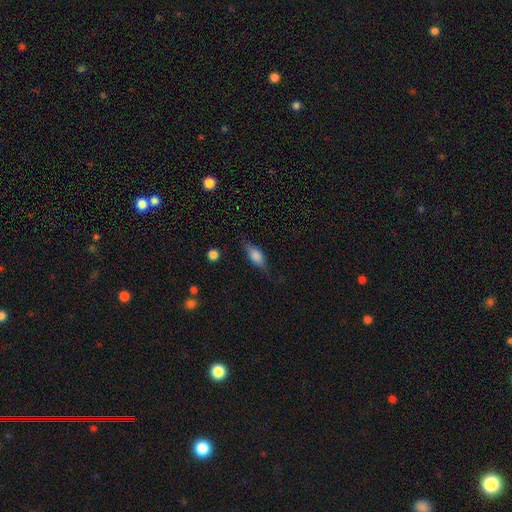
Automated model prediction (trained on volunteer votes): smooth 70%, featured or disk 22%, star or artifact 8%. Down the decision tree: how rounded — in between (76%); merging — none (71%).